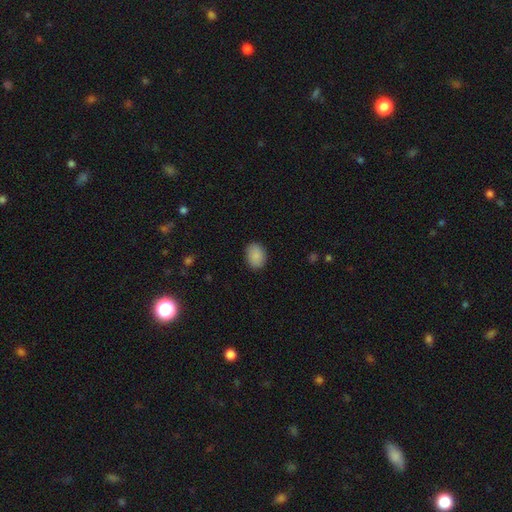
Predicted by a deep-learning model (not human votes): smooth-or-featured: smooth: 89% | star or artifact: 7% | featured or disk: 4%
  how-rounded: in between: 66% | round: 33% | cigar-shaped: 1%
  merging: none: 87% | minor disturbance: 9% | major disturbance: 2% | merger: 1%